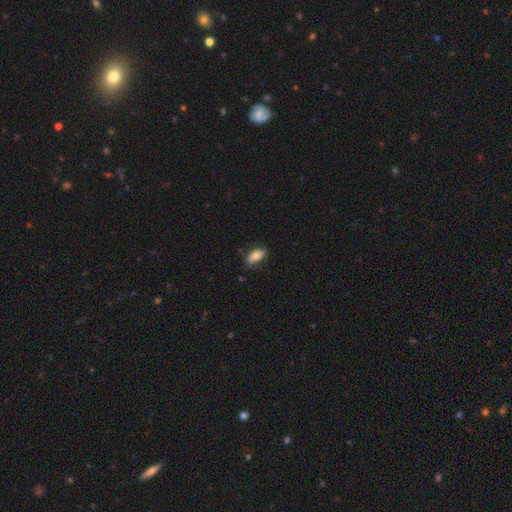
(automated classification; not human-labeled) The model was most divided on "merging": none: 72%, minor disturbance: 22%, major disturbance: 4%, merger: 2%. More confident: how rounded — in between (92%); smooth or featured — smooth (78%).